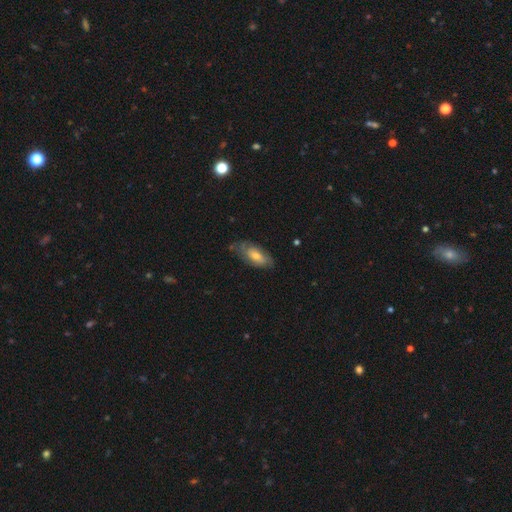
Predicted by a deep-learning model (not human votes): Smooth or featured? smooth (53%)
How rounded? in between (82%)
Merging? none (62%)